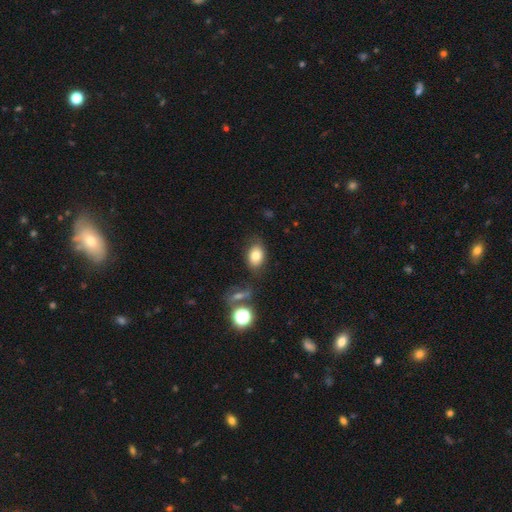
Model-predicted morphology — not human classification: This is likely a smooth galaxy (78%). How rounded: likely in between (80%). Merging: likely none (77%).